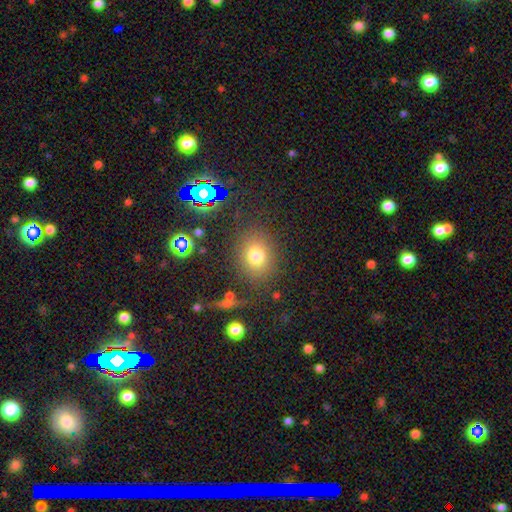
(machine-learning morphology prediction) Smooth or featured? smooth (74%)
How rounded? round (61%)
Merging? none (81%)